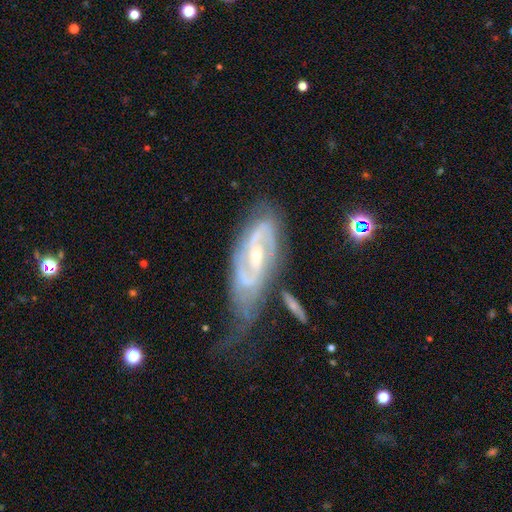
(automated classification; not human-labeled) featured or disk 88%, smooth 7%, star or artifact 6%. Down the decision tree: edge-on disk — no (93%); bar — weak (40%); spiral arms — yes (95%); spiral arm count — 2 (79%); spiral winding — medium (44%); bulge size — small (61%); merging — none (40%).